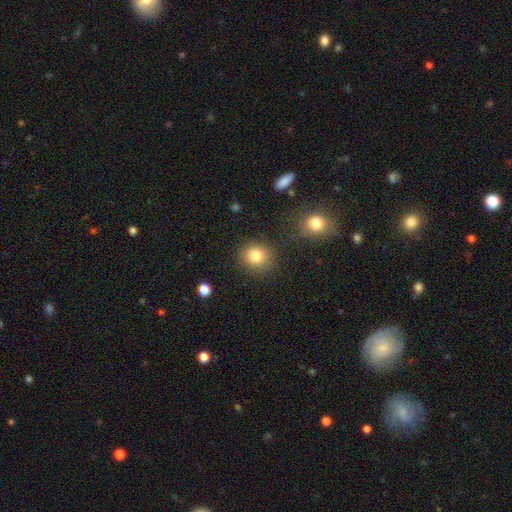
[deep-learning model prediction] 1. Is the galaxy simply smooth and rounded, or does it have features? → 83% smooth, 11% star or artifact, 7% featured or disk.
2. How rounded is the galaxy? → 82% round, 17% in between, 1% cigar-shaped.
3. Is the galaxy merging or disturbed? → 85% none, 8% minor disturbance, 3% major disturbance, 3% merger.